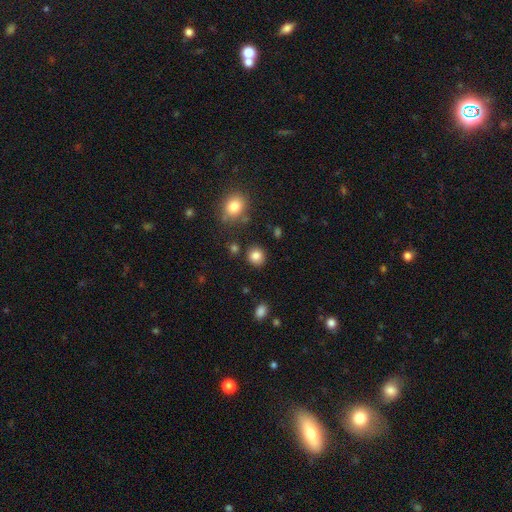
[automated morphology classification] Smooth or featured? smooth (85%)
How rounded? round (85%)
Merging? none (87%)